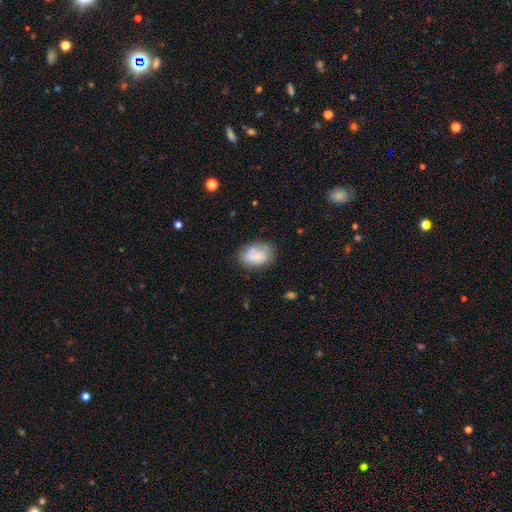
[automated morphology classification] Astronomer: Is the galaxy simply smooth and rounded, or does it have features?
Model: smooth — 73%.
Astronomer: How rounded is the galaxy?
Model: in between — 82%.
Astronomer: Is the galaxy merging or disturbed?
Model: none — 64%.